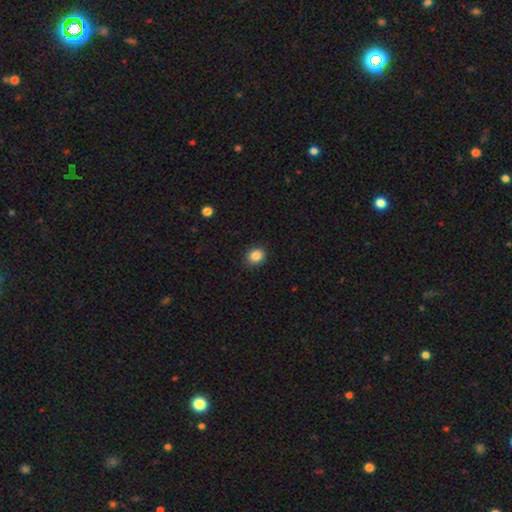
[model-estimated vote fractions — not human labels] A smooth galaxy with no disk features (87%) that is round (69%). Merging: none (88%).